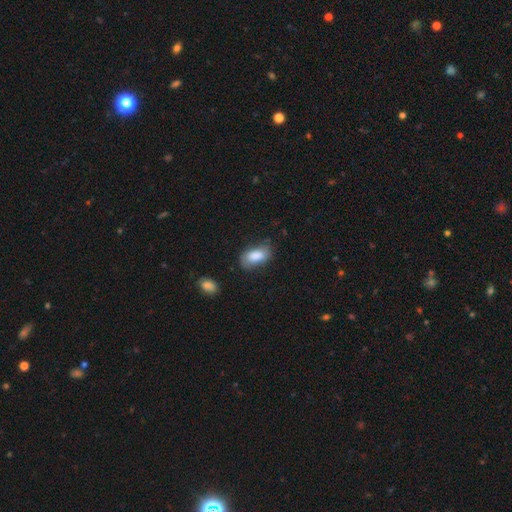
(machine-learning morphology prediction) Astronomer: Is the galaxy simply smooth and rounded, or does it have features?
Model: smooth — 83%.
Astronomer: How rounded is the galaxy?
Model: in between — 91%.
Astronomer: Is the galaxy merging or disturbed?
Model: none — 67%.